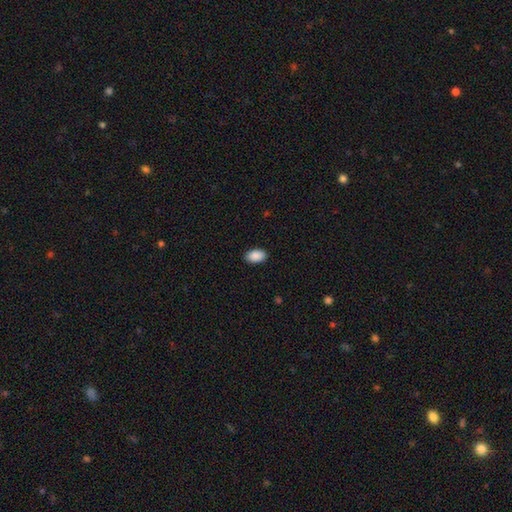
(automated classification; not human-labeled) Smooth or featured?
  - smooth: 91% *
  - star or artifact: 7%
  - featured or disk: 3%
How rounded?
  - in between: 93% *
  - round: 6%
  - cigar-shaped: 1%
Merging?
  - none: 90% *
  - minor disturbance: 8%
  - major disturbance: 2%
  - merger: 1%